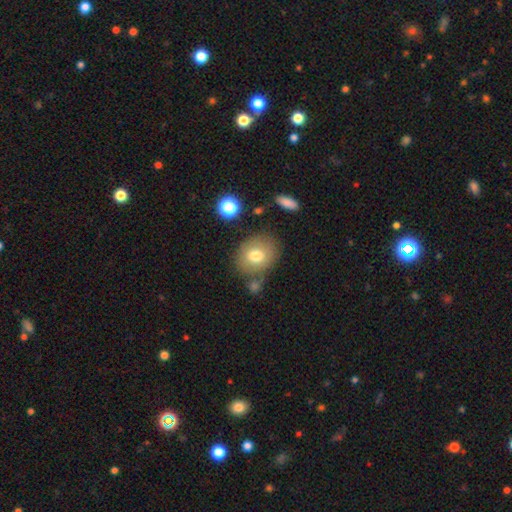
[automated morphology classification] This is likely a smooth galaxy (73%). How rounded: possibly round (58%). Merging: likely none (68%).